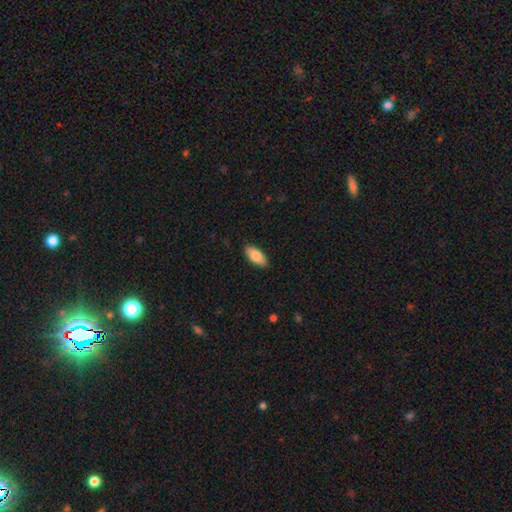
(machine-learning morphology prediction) Smooth or featured?
  - smooth: 84% *
  - featured or disk: 10%
  - star or artifact: 6%
How rounded?
  - in between: 88% *
  - cigar-shaped: 10%
  - round: 2%
Merging?
  - none: 88% *
  - minor disturbance: 9%
  - major disturbance: 2%
  - merger: 1%